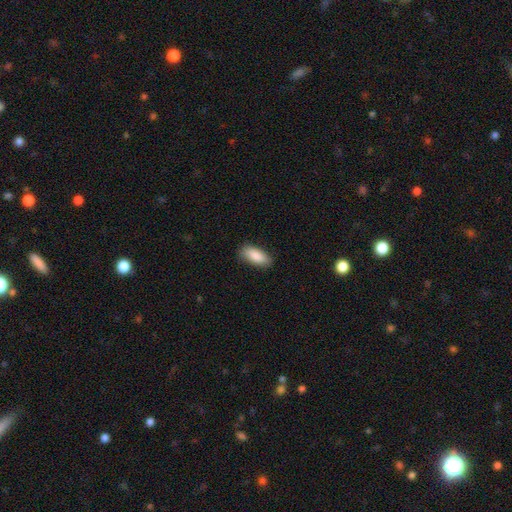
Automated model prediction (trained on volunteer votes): This is clearly a smooth galaxy (88%). How rounded: clearly in between (87%). Merging: clearly none (84%).